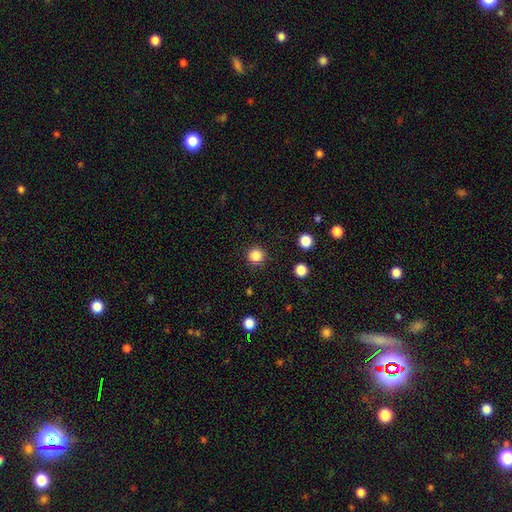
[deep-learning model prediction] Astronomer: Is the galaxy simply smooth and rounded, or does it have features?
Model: smooth — 85%.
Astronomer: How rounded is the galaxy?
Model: round — 95%.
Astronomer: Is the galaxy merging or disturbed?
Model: none — 90%.